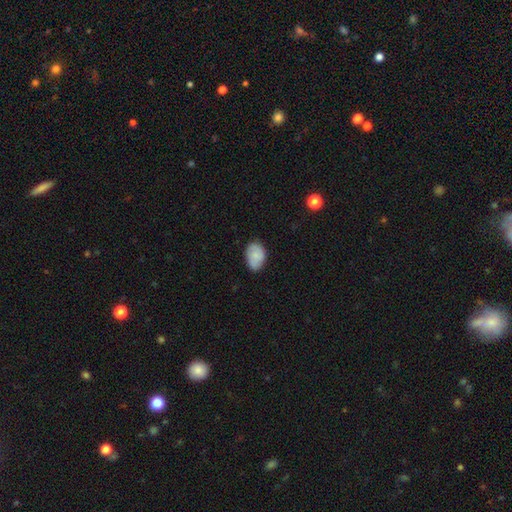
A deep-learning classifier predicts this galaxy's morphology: Smooth or featured?
  - smooth: 78% *
  - featured or disk: 15%
  - star or artifact: 7%
How rounded?
  - in between: 82% *
  - round: 17%
  - cigar-shaped: 1%
Merging?
  - none: 70% *
  - minor disturbance: 24%
  - major disturbance: 4%
  - merger: 1%